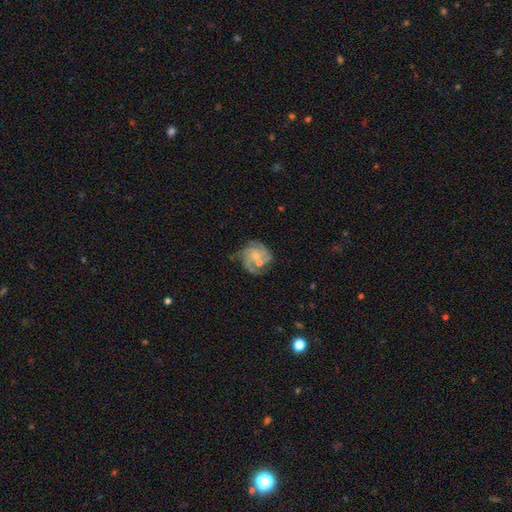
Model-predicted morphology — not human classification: Smooth or featured: featured or disk — 81% (smooth — 11%)
Edge-on disk: no — 98% (yes — 2%)
Bar: no — 71% (weak — 25%)
Spiral arms: yes — 95% (no — 5%)
Spiral winding: tight — 49% (medium — 41%)
Spiral arm count: 3 — 40% (4 — 24%)
Bulge size: small — 59% (moderate — 34%)
Merging: none — 66% (minor disturbance — 18%)